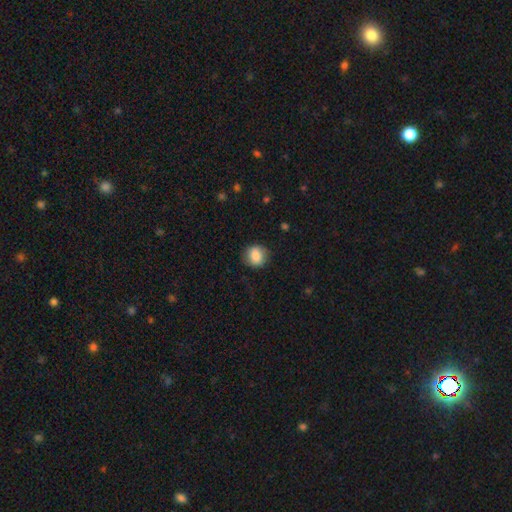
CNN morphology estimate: Overall: smooth (84%). How rounded: round (80%). Merging: none (83%).